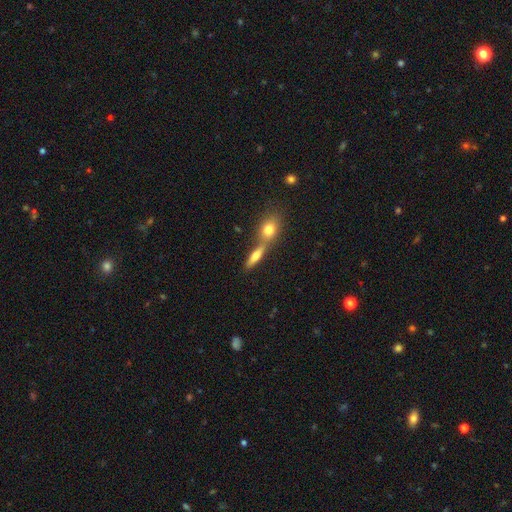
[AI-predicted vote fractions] Overall: smooth (64%; featured or disk 26%). How rounded: cigar-shaped (47%; in between 42%). Merging: none (48%; merger 40%).